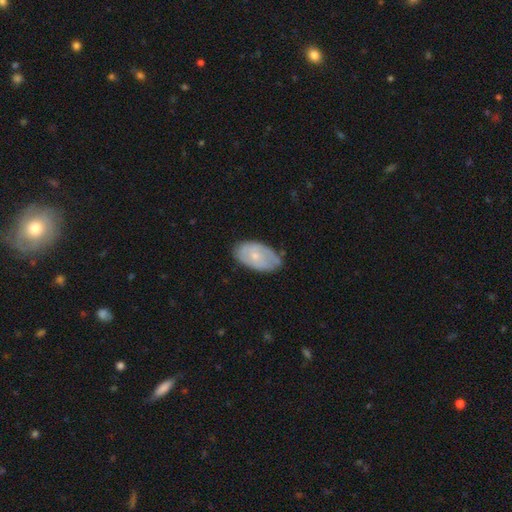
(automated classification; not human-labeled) Smooth or featured: smooth — 49% (featured or disk — 46%)
Merging: none — 67% (minor disturbance — 26%)